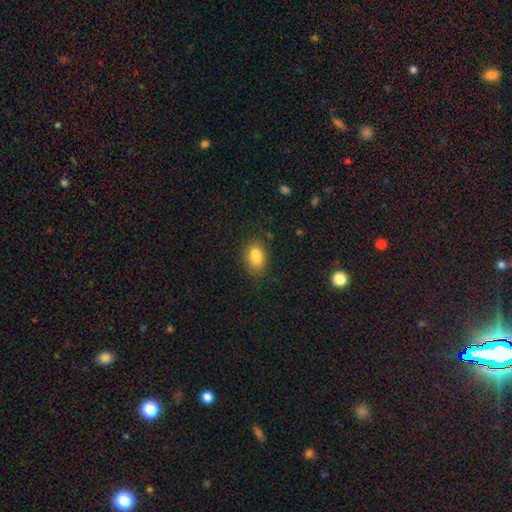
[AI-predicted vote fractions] This appears to be a smooth galaxy with no disk features (82%) that is in between round and cigar-shaped (87%). Merging: none (67%).